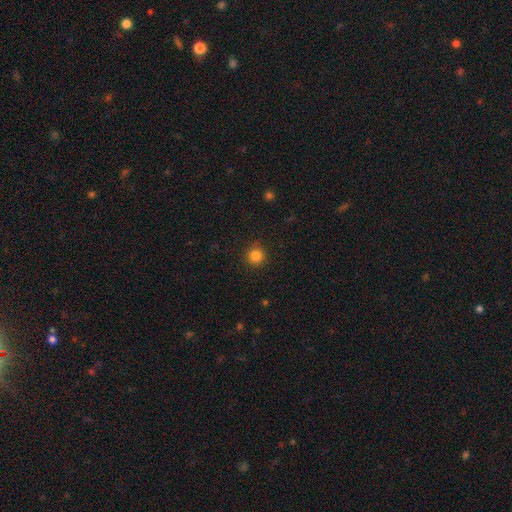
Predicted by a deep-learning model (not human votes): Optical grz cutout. It shows a smooth galaxy with no disk features (83%) that is round (94%). Merging: none (90%).